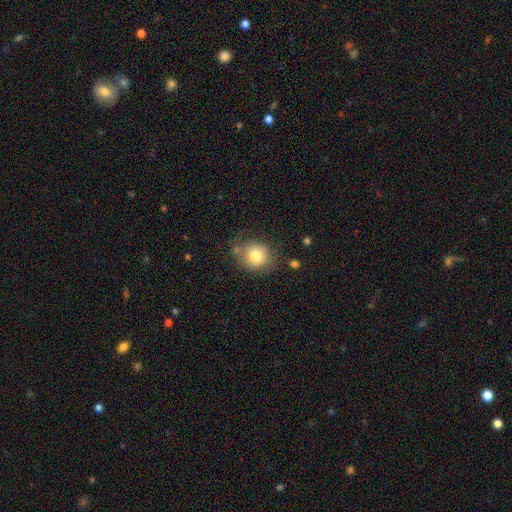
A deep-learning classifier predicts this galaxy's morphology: smooth-or-featured: smooth: 80% | featured or disk: 11% | star or artifact: 9%
  how-rounded: round: 75% | in between: 24% | cigar-shaped: 1%
  merging: none: 68% | minor disturbance: 19% | major disturbance: 7% | merger: 6%